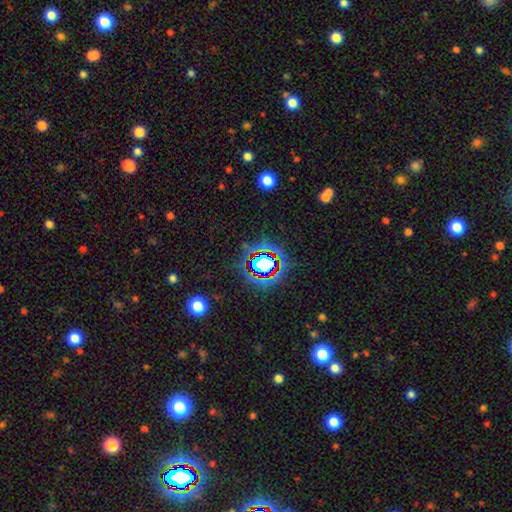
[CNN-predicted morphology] A star or artifact, not a galaxy (79%).

Vote fractions:
- Smooth or featured? star or artifact: 79% / smooth: 12% / featured or disk: 9%